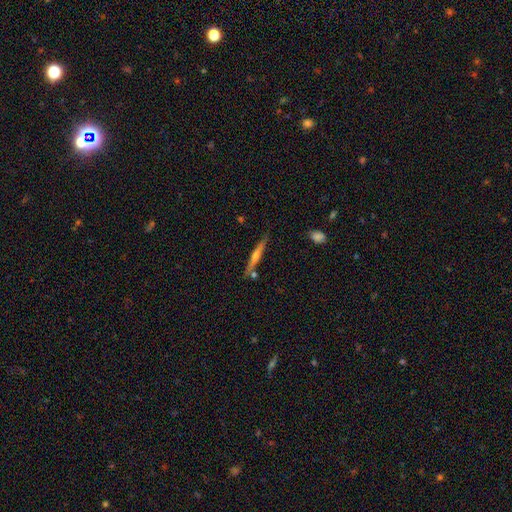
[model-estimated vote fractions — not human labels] Smooth or featured? featured or disk (64%)
Edge-on disk? yes (97%)
Edge-on bulge? rounded (71%)
Merging? none (84%)